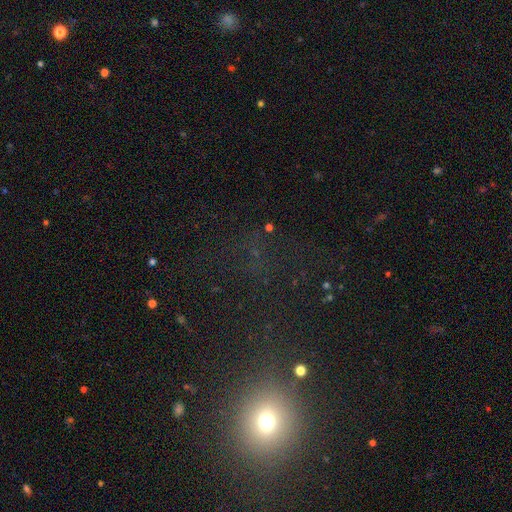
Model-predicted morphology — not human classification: Smooth or featured? Predicted: star or artifact (p=0.53).